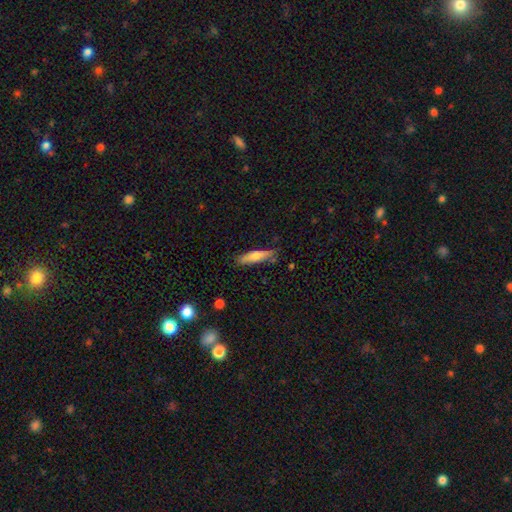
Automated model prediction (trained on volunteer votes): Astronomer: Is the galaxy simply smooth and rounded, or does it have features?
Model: smooth — 70%.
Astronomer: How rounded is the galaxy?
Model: cigar-shaped — 76%.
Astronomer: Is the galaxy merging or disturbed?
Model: none — 80%.